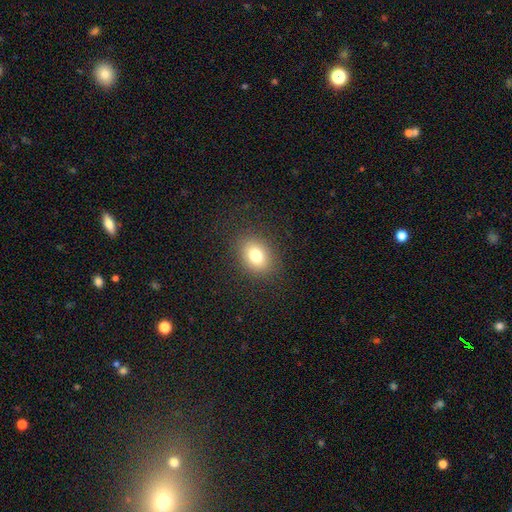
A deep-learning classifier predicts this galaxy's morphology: smooth 78%, star or artifact 12%, featured or disk 10%. Down the decision tree: how rounded — in between (63%); merging — none (86%).